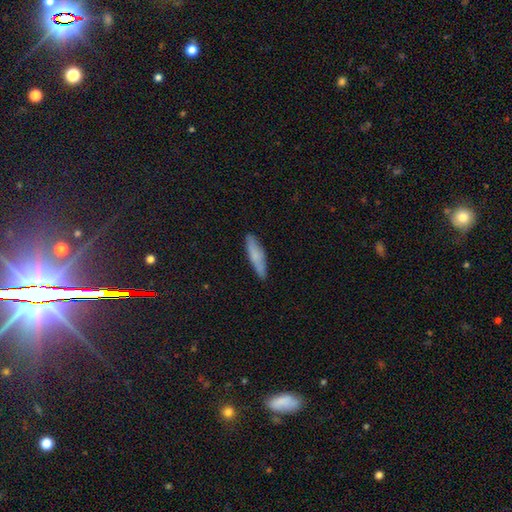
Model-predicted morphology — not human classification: smooth 74%, featured or disk 19%, star or artifact 7%. Down the decision tree: how rounded — cigar-shaped (79%); merging — none (87%).